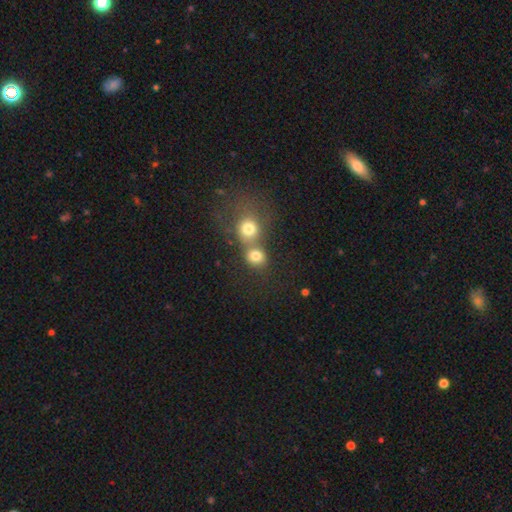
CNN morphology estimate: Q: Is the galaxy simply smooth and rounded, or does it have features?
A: smooth — 78%.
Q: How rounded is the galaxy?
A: round — 76%.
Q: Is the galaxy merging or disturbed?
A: merger — 52%.